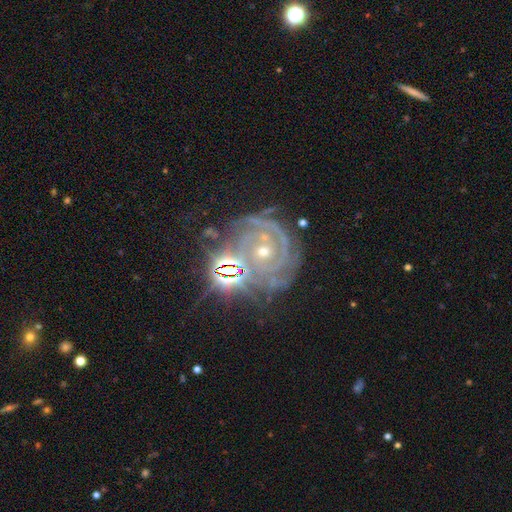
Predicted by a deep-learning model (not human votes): This appears to be a featured or disk galaxy (81%) with no bar (69%), tight (80%) spiral arms (96%) and a small central bulge (67%). Merging: none (62%).